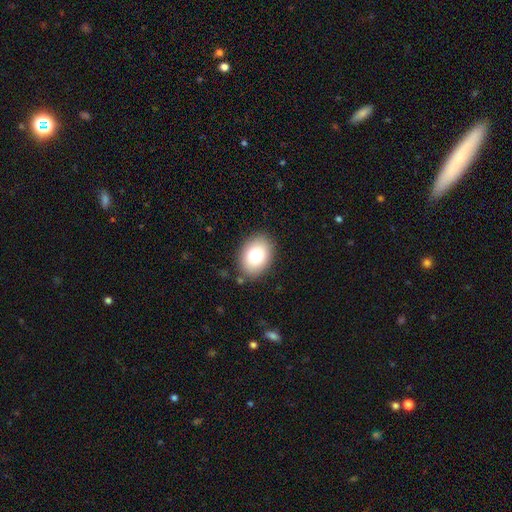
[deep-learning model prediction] This appears to be a smooth galaxy with no disk features (80%) that is in between round and cigar-shaped (75%). Merging: none (86%).